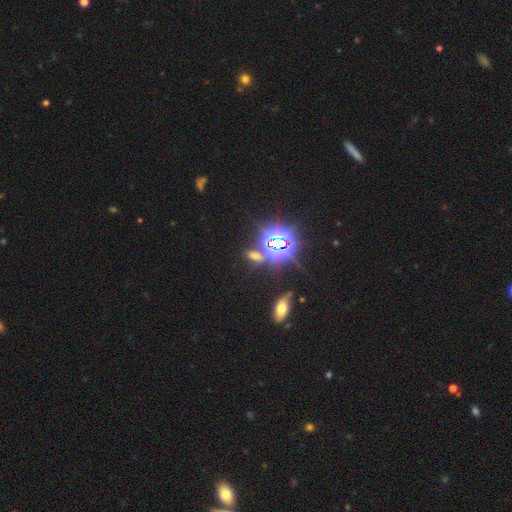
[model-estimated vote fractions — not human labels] This is possibly a star or artifact rather than a galaxy (57%).